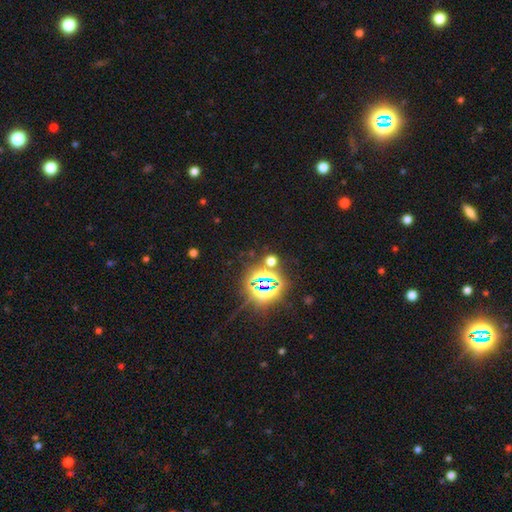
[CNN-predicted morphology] smooth-or-featured: star or artifact: 83% | smooth: 11% | featured or disk: 7%